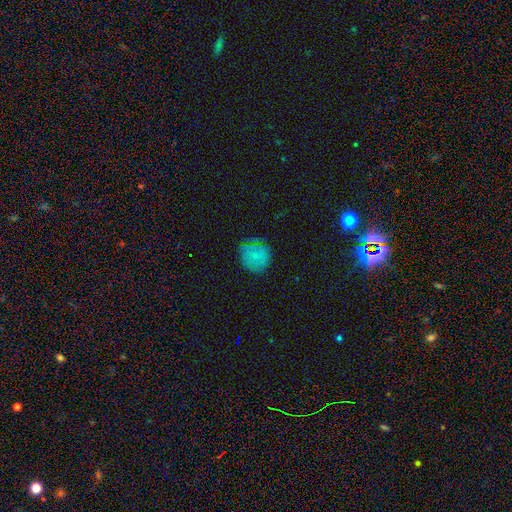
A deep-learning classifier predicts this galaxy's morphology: The model was most divided on "smooth or featured": smooth: 68%, featured or disk: 18%, star or artifact: 13%. More confident: how rounded — round (87%); merging — none (73%).